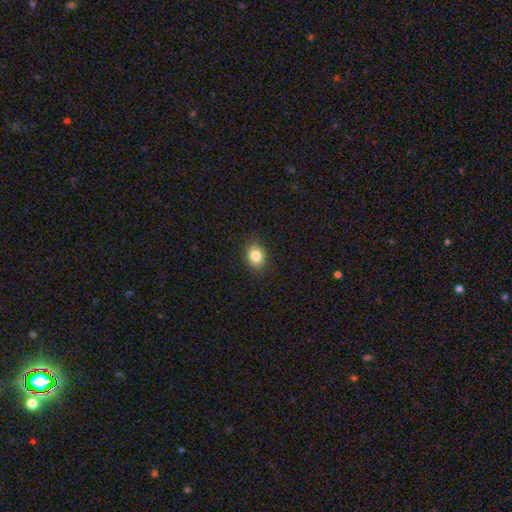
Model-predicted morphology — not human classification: Overall: smooth (84%). How rounded: round (55%; in between 44%). Merging: none (89%).